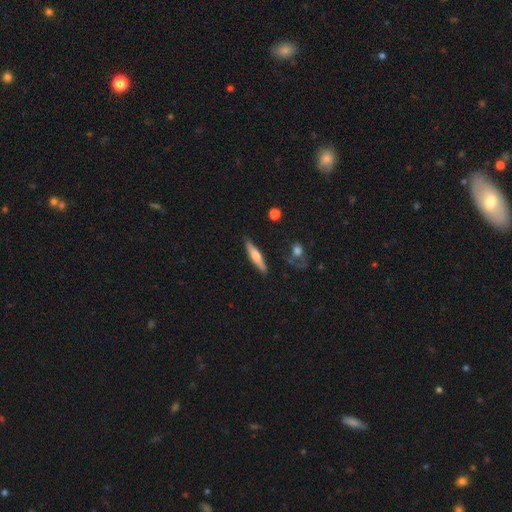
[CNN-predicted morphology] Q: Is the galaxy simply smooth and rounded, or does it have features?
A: smooth — 50%.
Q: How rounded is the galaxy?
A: cigar-shaped — 84%.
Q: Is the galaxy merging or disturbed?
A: none — 85%.